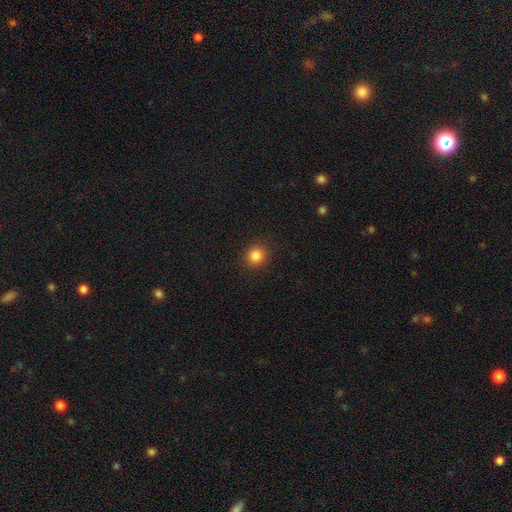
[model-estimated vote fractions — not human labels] A smooth galaxy with no disk features (84%) that is round (90%). Merging: none (91%).